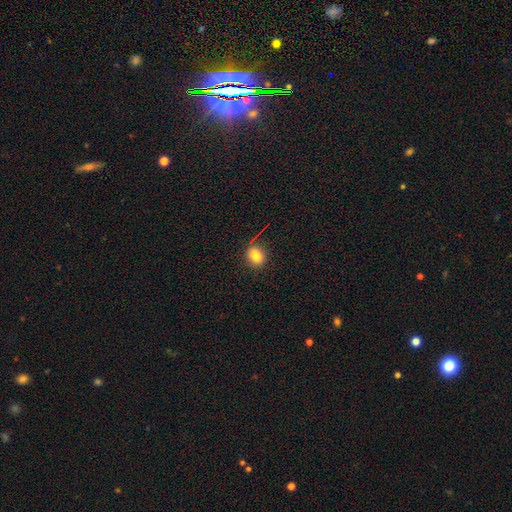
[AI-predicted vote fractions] smooth 81%, star or artifact 12%, featured or disk 7%. Down the decision tree: how rounded — round (62%); merging — none (83%).